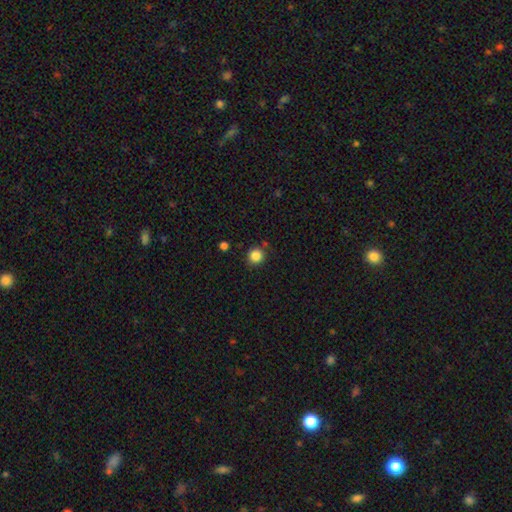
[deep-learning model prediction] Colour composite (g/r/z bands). It shows a smooth galaxy with no disk features (85%) that is round (93%). Merging: none (85%).